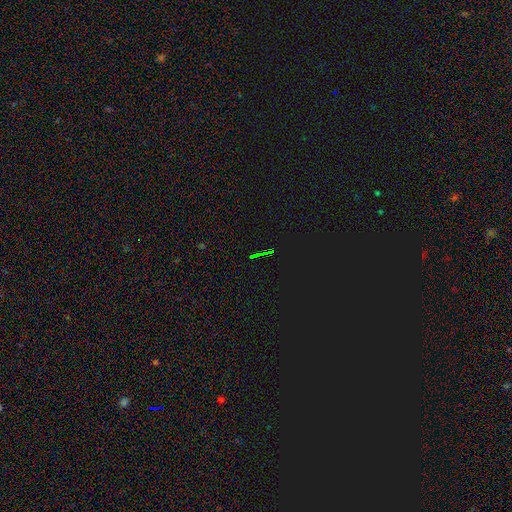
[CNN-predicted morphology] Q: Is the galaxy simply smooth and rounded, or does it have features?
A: star or artifact — 79%.